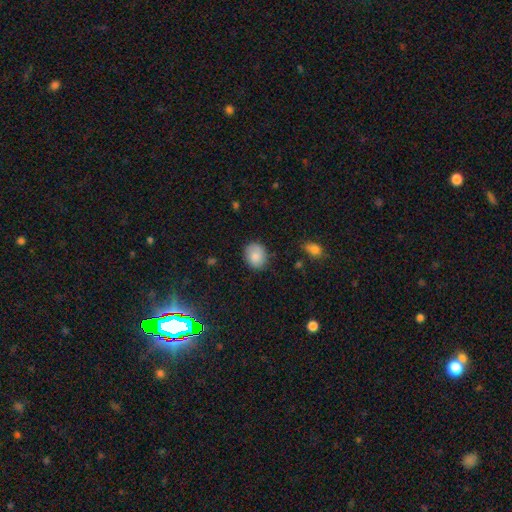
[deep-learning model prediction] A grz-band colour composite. It shows a smooth galaxy with no disk features (83%) that is round (58%). Merging: none (78%).